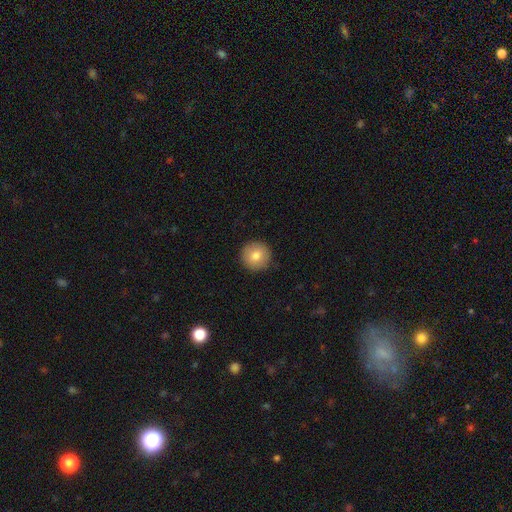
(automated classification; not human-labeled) This is clearly a smooth galaxy (82%). How rounded: clearly round (96%). Merging: clearly none (91%).